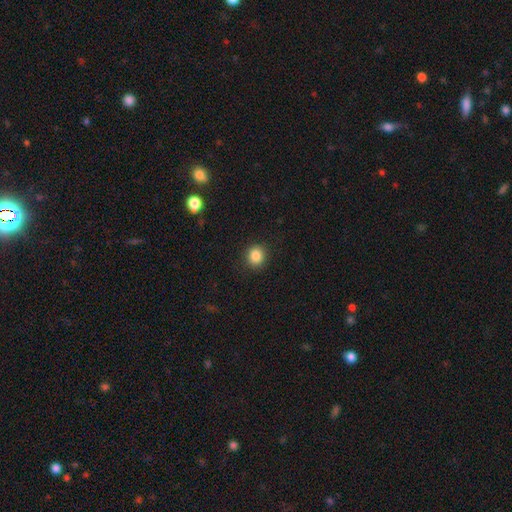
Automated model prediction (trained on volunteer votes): Smooth or featured? Predicted: smooth (p=0.85). How rounded? Predicted: round (p=0.86). Merging? Predicted: none (p=0.90).